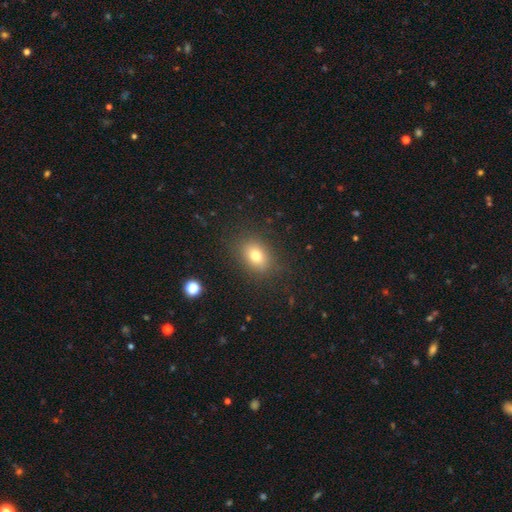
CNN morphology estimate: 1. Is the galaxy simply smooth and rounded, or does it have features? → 76% smooth, 12% featured or disk, 12% star or artifact.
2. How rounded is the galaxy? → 71% in between, 28% round, 1% cigar-shaped.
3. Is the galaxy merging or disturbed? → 84% none, 10% minor disturbance, 4% major disturbance, 1% merger.